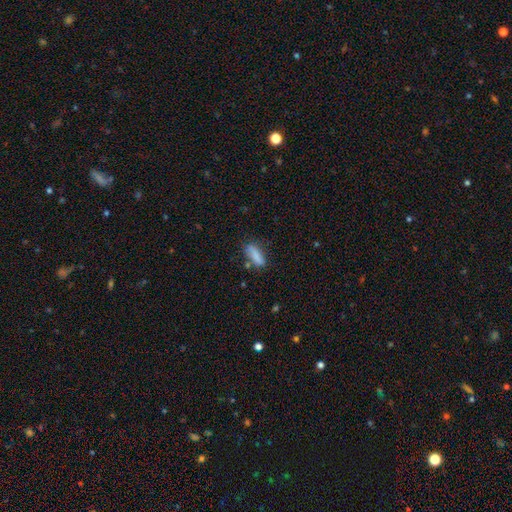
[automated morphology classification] Q: Smooth or featured?
A: smooth (84%); runner-up: star or artifact (8%)
Q: How rounded?
A: in between (54%); runner-up: cigar-shaped (44%)
Q: Merging?
A: none (69%); runner-up: minor disturbance (19%)